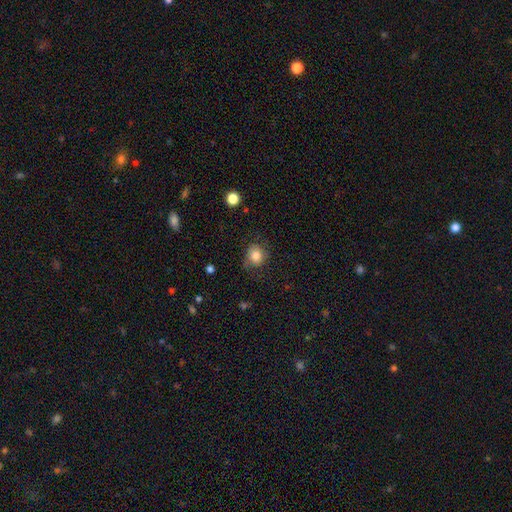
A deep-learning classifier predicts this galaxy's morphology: Smooth or featured: smooth — 79% (featured or disk — 11%)
How rounded: round — 73% (in between — 26%)
Merging: none — 69% (minor disturbance — 22%)